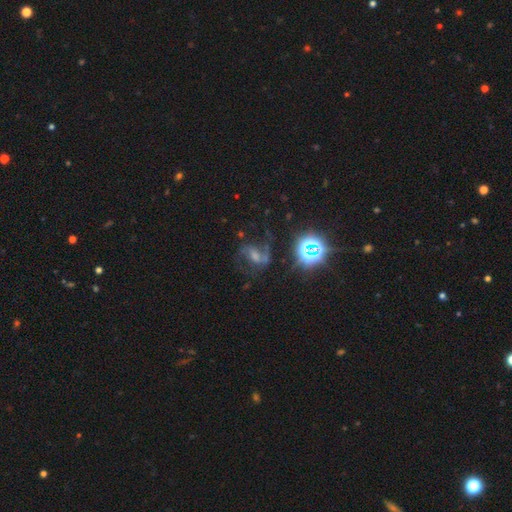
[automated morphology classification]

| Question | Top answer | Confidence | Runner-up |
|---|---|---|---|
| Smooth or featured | star or artifact | 54% | smooth (26%) |